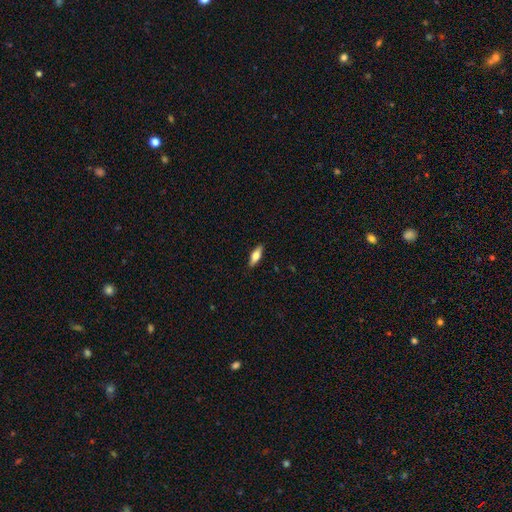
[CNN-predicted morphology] smooth 65%, featured or disk 29%, star or artifact 6%. Down the decision tree: how rounded — in between (63%); merging — none (88%).